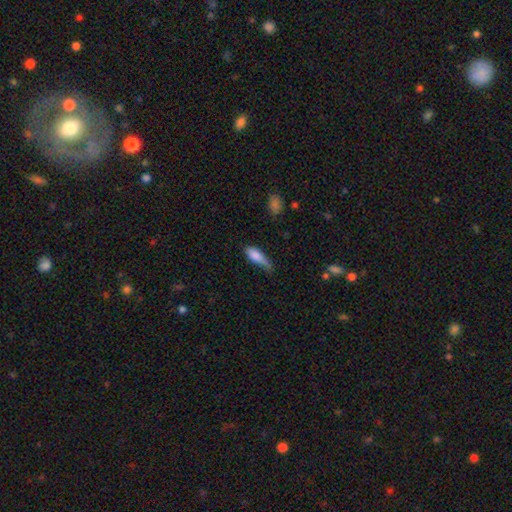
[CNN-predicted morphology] A smooth galaxy with no disk features (80%) that is in between round and cigar-shaped (56%). Merging: minor disturbance (44%).